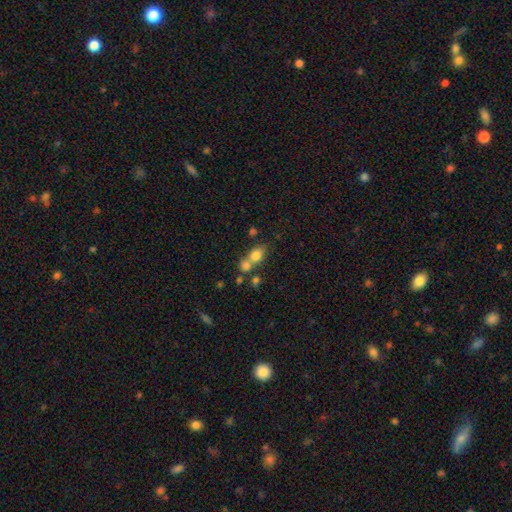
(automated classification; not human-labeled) smooth 76%, featured or disk 13%, star or artifact 11%. Down the decision tree: how rounded — in between (58%); merging — merger (52%).